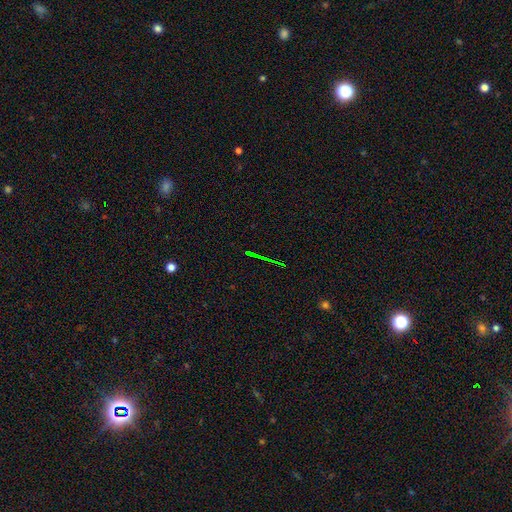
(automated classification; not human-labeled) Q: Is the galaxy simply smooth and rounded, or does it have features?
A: star or artifact — 73%.